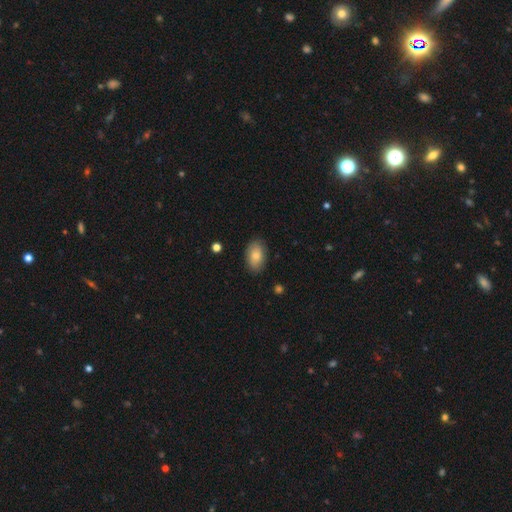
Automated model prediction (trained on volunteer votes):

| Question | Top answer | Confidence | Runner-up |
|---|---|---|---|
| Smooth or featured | smooth | 79% | featured or disk (14%) |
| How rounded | in between | 91% | round (7%) |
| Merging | none | 85% | minor disturbance (11%) |